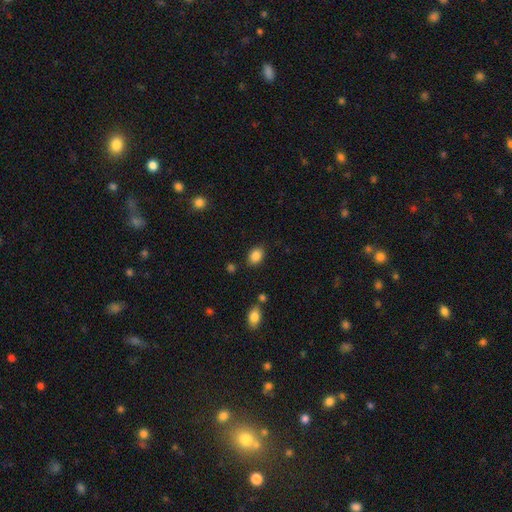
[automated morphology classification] A smooth galaxy with no disk features (86%) that is in between round and cigar-shaped (73%).

Vote fractions:
- Smooth or featured? smooth: 86% / star or artifact: 9% / featured or disk: 5%
- How rounded? in between: 73% / round: 26% / cigar-shaped: 1%
- Merging? none: 83% / minor disturbance: 11% / major disturbance: 3% / merger: 3%